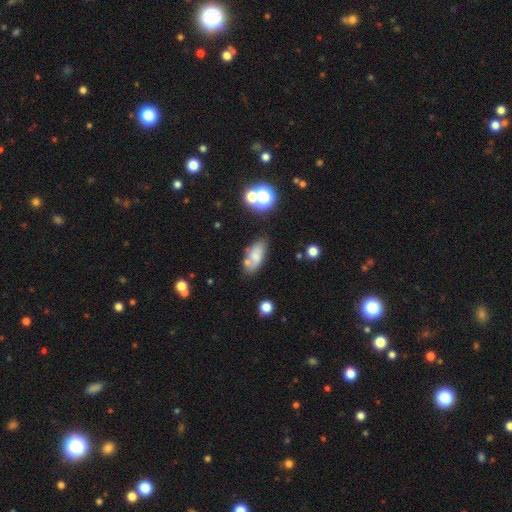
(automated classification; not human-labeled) Smooth or featured: smooth — 65% (featured or disk — 24%)
How rounded: in between — 85% (cigar-shaped — 10%)
Merging: none — 61% (minor disturbance — 20%)